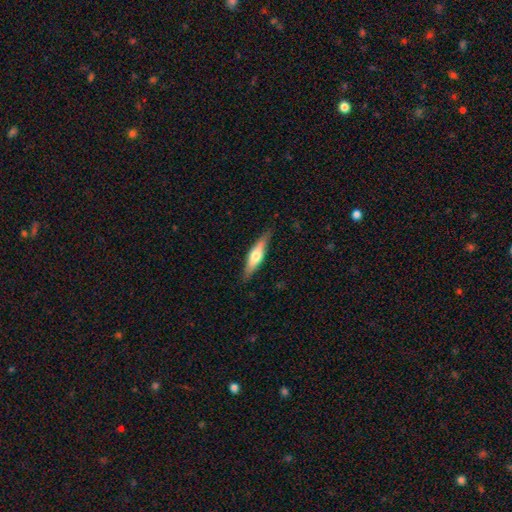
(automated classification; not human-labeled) A featured or disk galaxy (48%).

Vote fractions:
- Smooth or featured? featured or disk: 48% / smooth: 46% / star or artifact: 5%
- Merging? none: 86% / minor disturbance: 11% / major disturbance: 2% / merger: 1%